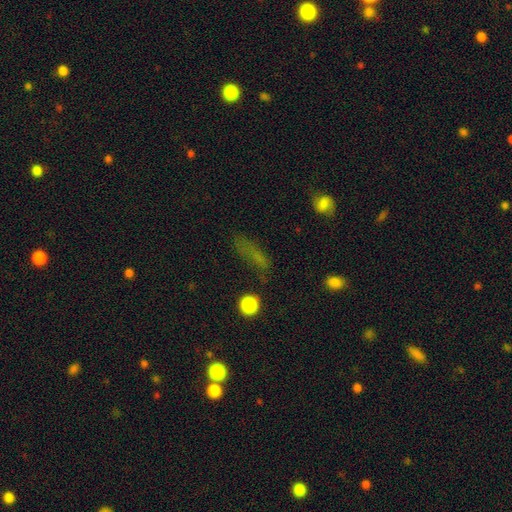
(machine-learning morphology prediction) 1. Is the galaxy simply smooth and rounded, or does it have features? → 56% smooth, 28% star or artifact, 16% featured or disk.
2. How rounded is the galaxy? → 45% cigar-shaped, 42% in between, 13% round.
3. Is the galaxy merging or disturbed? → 60% none, 20% minor disturbance, 15% major disturbance, 4% merger.